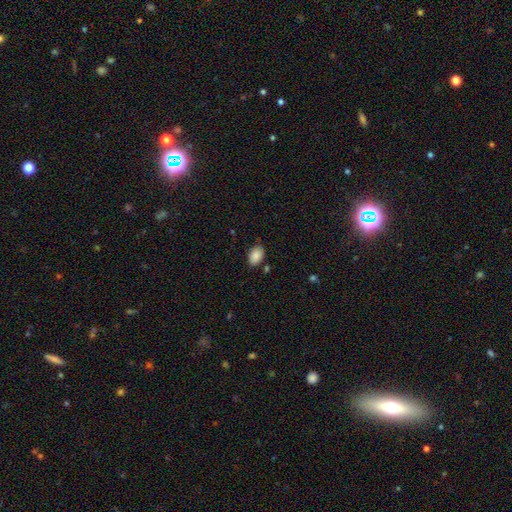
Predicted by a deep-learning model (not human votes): smooth-or-featured: smooth: 88% | star or artifact: 8% | featured or disk: 4%
  how-rounded: in between: 88% | round: 11% | cigar-shaped: 1%
  merging: none: 81% | minor disturbance: 13% | merger: 3% | major disturbance: 3%